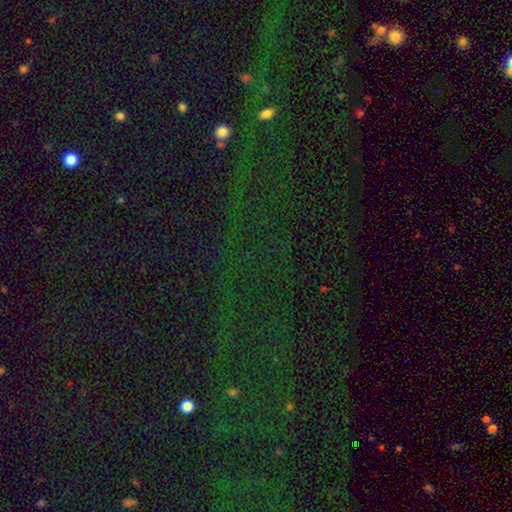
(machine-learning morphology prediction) smooth-or-featured: star or artifact: 78% | smooth: 13% | featured or disk: 9%